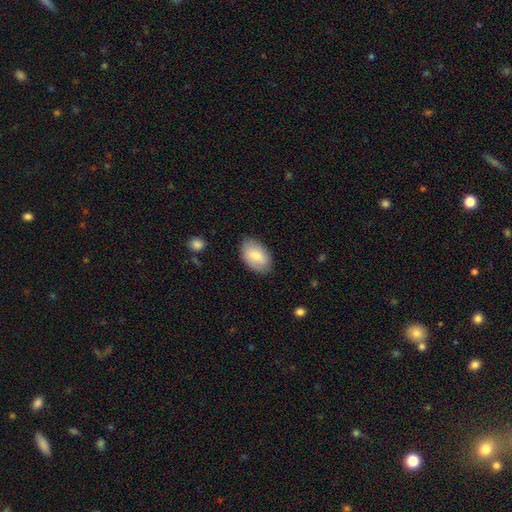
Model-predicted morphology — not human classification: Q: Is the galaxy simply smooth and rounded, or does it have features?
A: smooth — 78%.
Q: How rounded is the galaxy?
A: in between — 91%.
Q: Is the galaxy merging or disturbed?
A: none — 82%.